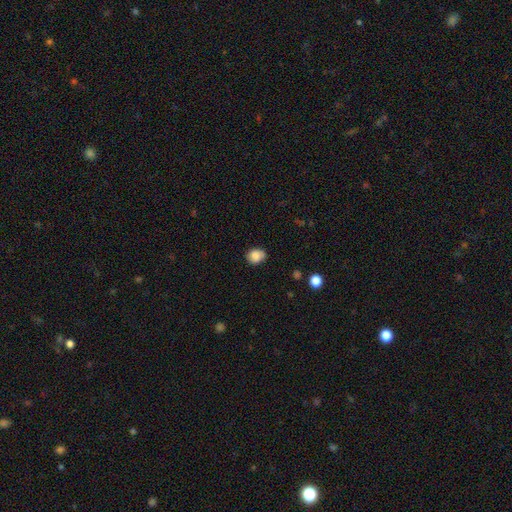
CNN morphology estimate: Overall: smooth (82%). How rounded: round (60%; in between 39%). Merging: none (71%).